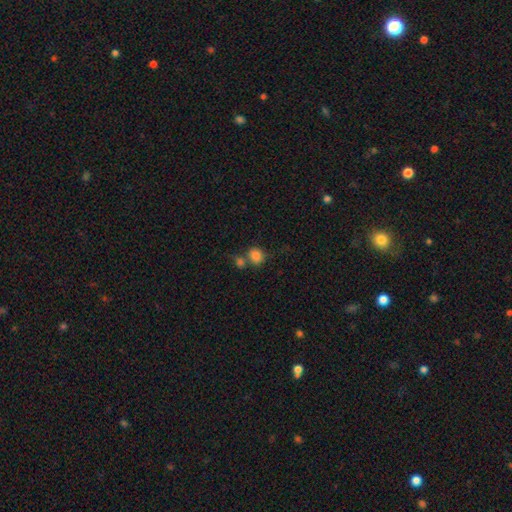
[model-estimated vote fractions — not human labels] smooth_or_featured: smooth (p=0.84) [alt: star or artifact p=0.10]
how_rounded: round (p=0.77) [alt: in between p=0.22]
merging: none (p=0.50) [alt: merger p=0.34]